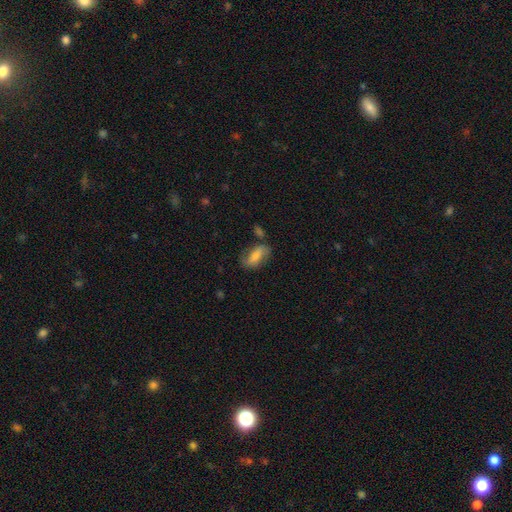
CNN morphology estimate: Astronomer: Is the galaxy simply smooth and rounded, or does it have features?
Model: smooth — 64%.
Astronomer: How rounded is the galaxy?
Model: in between — 84%.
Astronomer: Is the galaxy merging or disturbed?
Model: none — 61%.